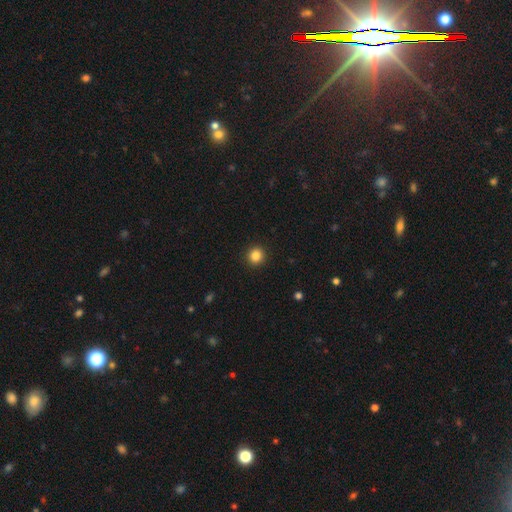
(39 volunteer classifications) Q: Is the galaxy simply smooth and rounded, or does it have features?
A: smooth — 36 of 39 (92%).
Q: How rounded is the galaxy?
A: round — 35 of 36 (97%).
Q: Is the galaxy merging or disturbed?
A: none — 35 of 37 (95%).